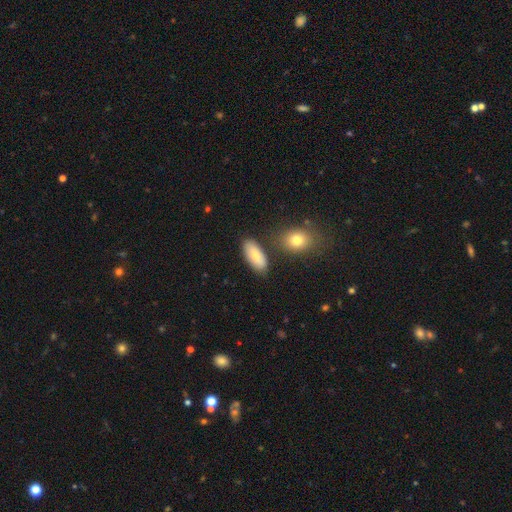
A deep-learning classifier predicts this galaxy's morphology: This is clearly a smooth galaxy (80%). How rounded: clearly in between (88%). Merging: likely none (79%).